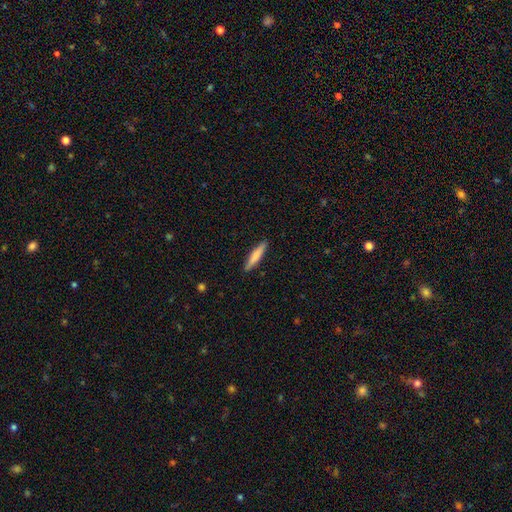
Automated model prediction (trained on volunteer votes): A smooth galaxy with no disk features (74%) that is cigar-shaped (90%). Merging: none (90%).